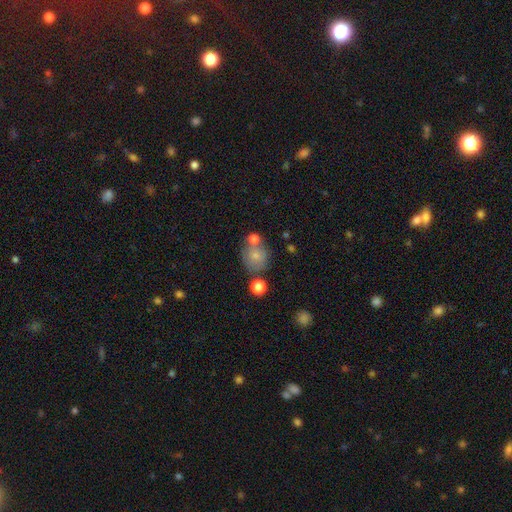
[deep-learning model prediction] smooth_or_featured: smooth (p=0.73) [alt: featured or disk p=0.16]
how_rounded: round (p=0.79) [alt: in between p=0.20]
merging: none (p=0.56) [alt: merger p=0.23]